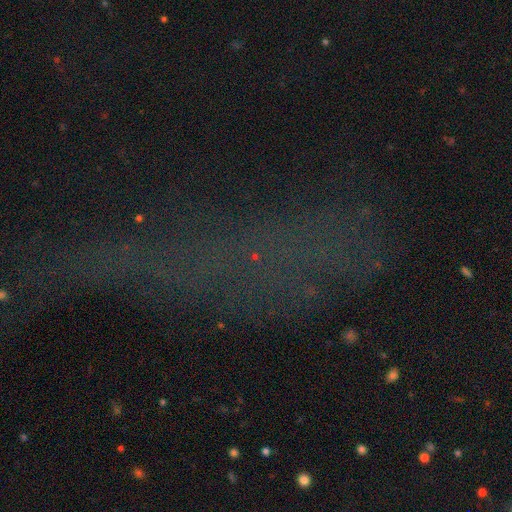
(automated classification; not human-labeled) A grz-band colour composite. It shows a star or artifact, not a galaxy (58%).